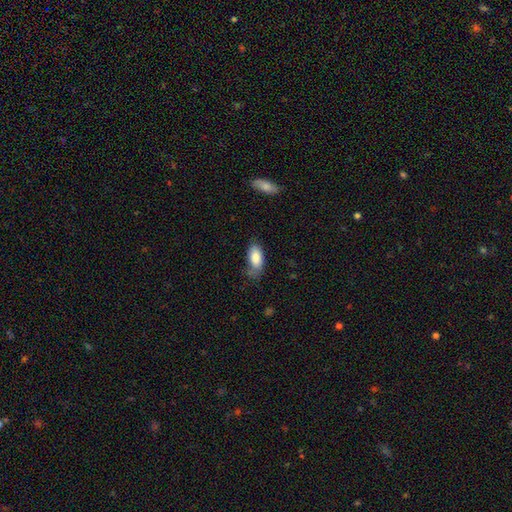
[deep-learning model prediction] smooth-or-featured: smooth: 84% | featured or disk: 10% | star or artifact: 6%
  how-rounded: in between: 91% | cigar-shaped: 7% | round: 2%
  merging: none: 57% | minor disturbance: 31% | major disturbance: 10% | merger: 3%